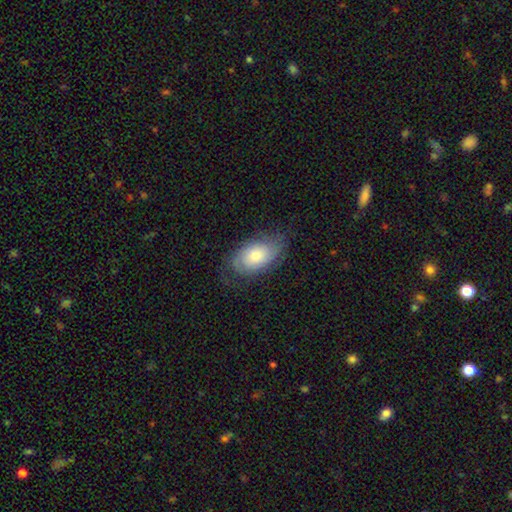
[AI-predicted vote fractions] Morphology: type=smooth (49%); merging=none (66%).